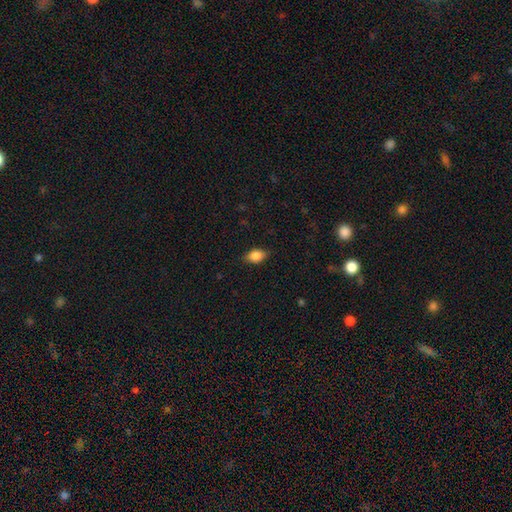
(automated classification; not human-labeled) Q: Smooth or featured?
A: smooth (85%); runner-up: star or artifact (8%)
Q: How rounded?
A: in between (83%); runner-up: round (14%)
Q: Merging?
A: none (81%); runner-up: minor disturbance (15%)